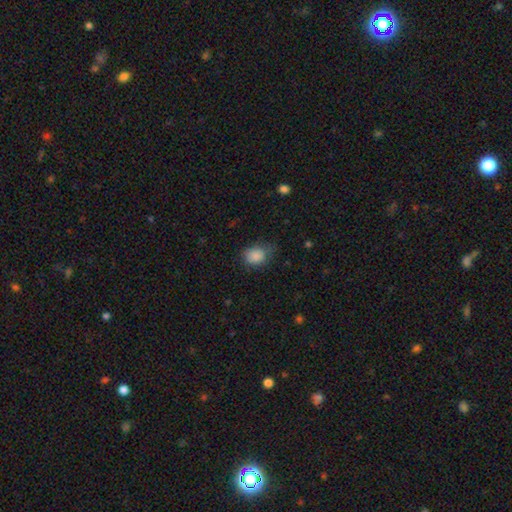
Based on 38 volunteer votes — Morphology: type=smooth (87%); roundness=round (55%); merging=none (64%).